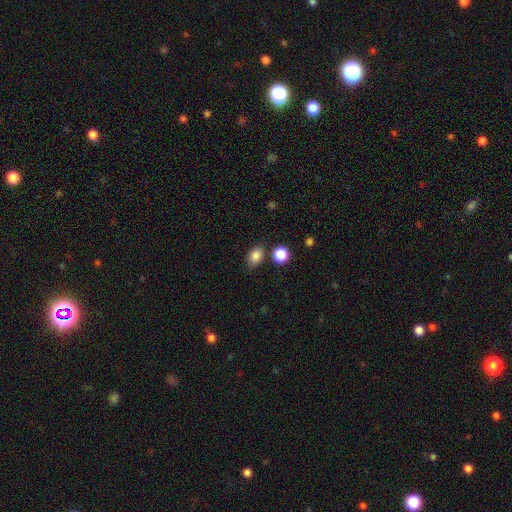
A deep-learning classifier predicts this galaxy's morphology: Smooth or featured: smooth — 85% (star or artifact — 10%)
How rounded: in between — 72% (round — 27%)
Merging: none — 75% (minor disturbance — 15%)